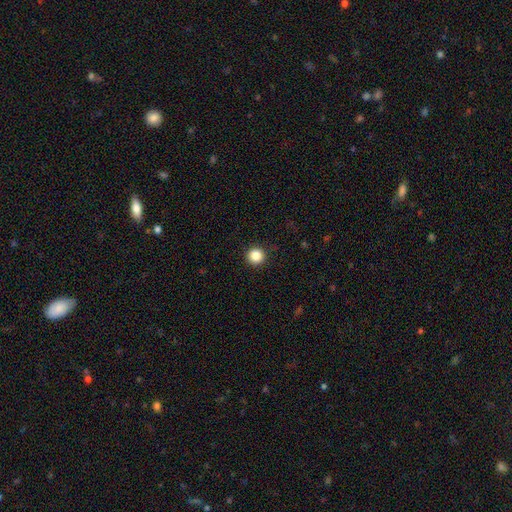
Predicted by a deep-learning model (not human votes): Smooth or featured? smooth (86%)
How rounded? round (96%)
Merging? none (93%)